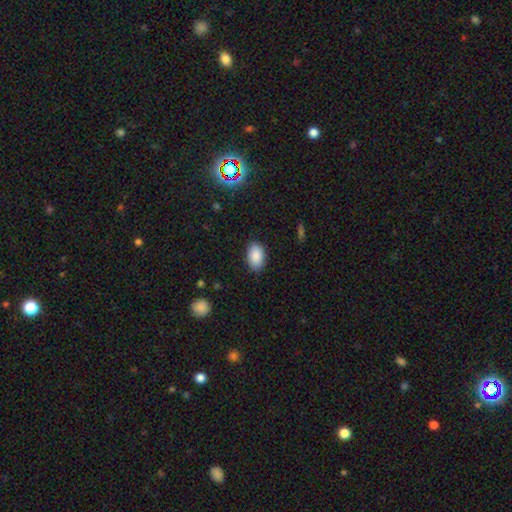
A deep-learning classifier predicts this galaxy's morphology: Smooth or featured: smooth — 89% (star or artifact — 7%)
How rounded: in between — 92% (round — 7%)
Merging: none — 86% (minor disturbance — 10%)